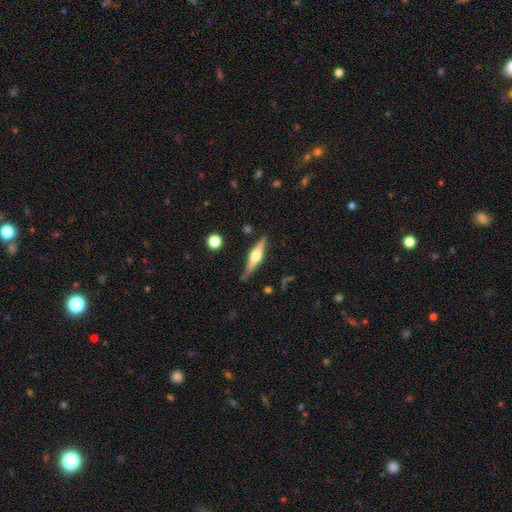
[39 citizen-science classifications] This appears to be a featured or disk galaxy (72%) viewed edge-on (100%) with a rounded central bulge (96%). Merging: none (87%).